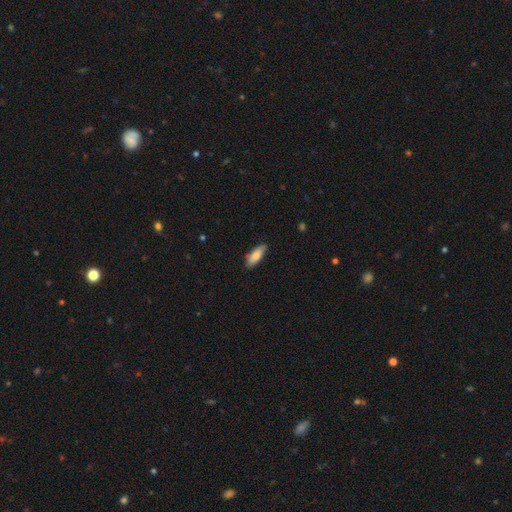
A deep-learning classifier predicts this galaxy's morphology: smooth_or_featured: smooth (p=0.81) [alt: featured or disk p=0.13]
how_rounded: in between (p=0.69) [alt: cigar-shaped p=0.29]
merging: none (p=0.82) [alt: minor disturbance p=0.15]